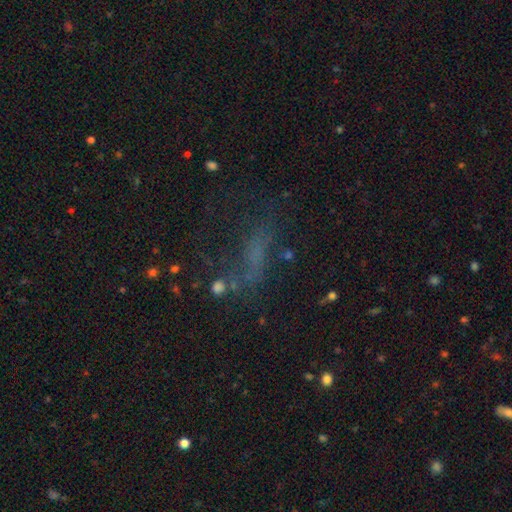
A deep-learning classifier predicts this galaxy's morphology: Smooth or featured: star or artifact — 37% (featured or disk — 34%)